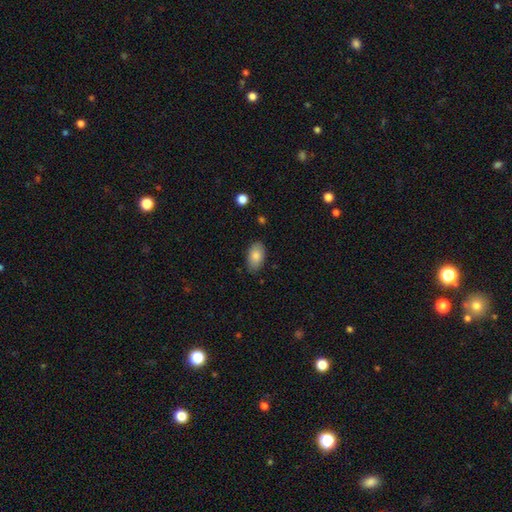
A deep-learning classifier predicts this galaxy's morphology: Smooth or featured? Predicted: smooth (p=0.85). How rounded? Predicted: in between (p=0.93). Merging? Predicted: none (p=0.83).